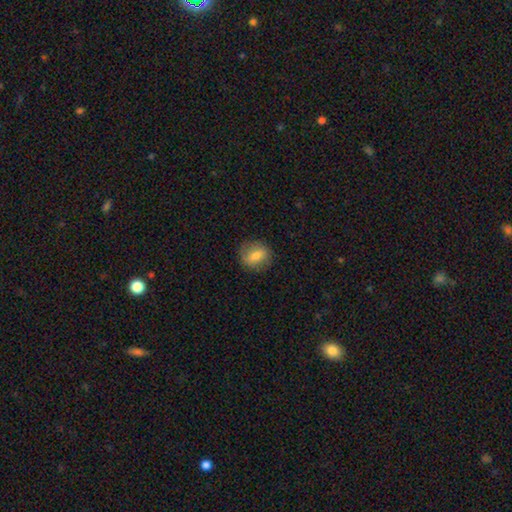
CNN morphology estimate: Smooth or featured?
  - smooth: 66% *
  - featured or disk: 25%
  - star or artifact: 9%
How rounded?
  - round: 73% *
  - in between: 25%
  - cigar-shaped: 1%
Merging?
  - none: 83% *
  - minor disturbance: 12%
  - major disturbance: 4%
  - merger: 1%